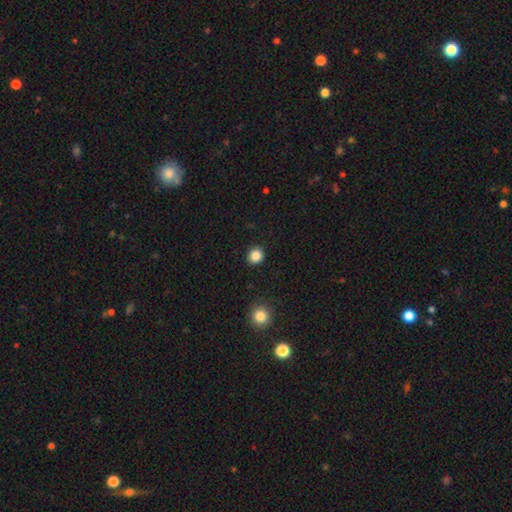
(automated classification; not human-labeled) A smooth galaxy with no disk features (85%) that is round (89%).

Vote fractions:
- Smooth or featured? smooth: 85% / star or artifact: 11% / featured or disk: 3%
- How rounded? round: 89% / in between: 10% / cigar-shaped: 1%
- Merging? none: 92% / minor disturbance: 5% / major disturbance: 2% / merger: 1%